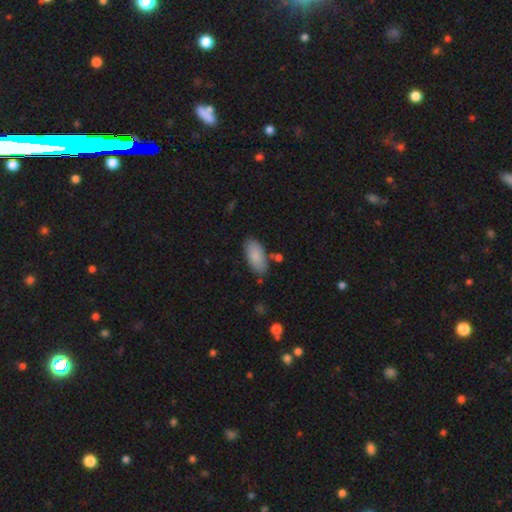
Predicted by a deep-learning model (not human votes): Overall: smooth (86%). How rounded: in between (91%). Merging: none (79%).